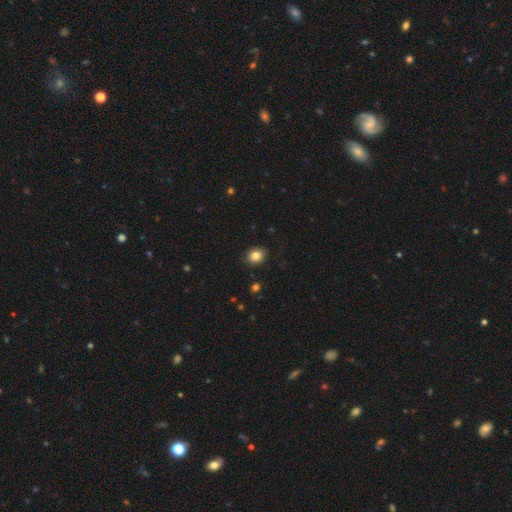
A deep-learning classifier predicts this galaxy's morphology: Overall: smooth (84%). How rounded: round (58%; in between 41%). Merging: none (89%).